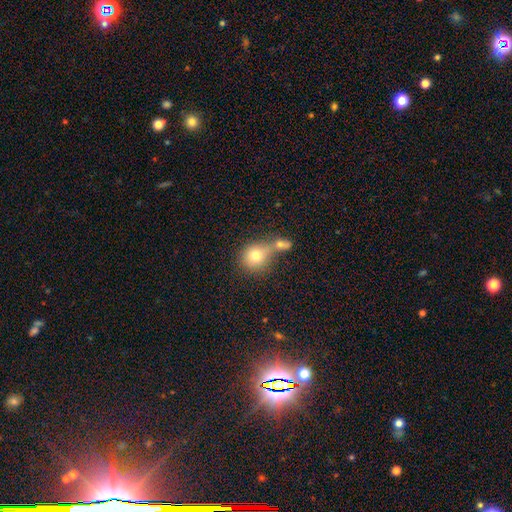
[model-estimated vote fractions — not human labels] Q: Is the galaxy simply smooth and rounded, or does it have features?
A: smooth — 77%.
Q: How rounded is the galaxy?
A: round — 80%.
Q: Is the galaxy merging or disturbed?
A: merger — 55%.